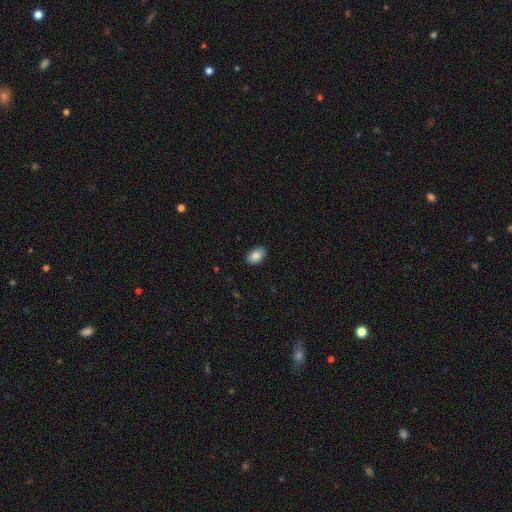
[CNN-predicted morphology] The model was most divided on "smooth or featured": smooth: 84%, featured or disk: 9%, star or artifact: 7%. More confident: how rounded — in between (91%); merging — none (89%).